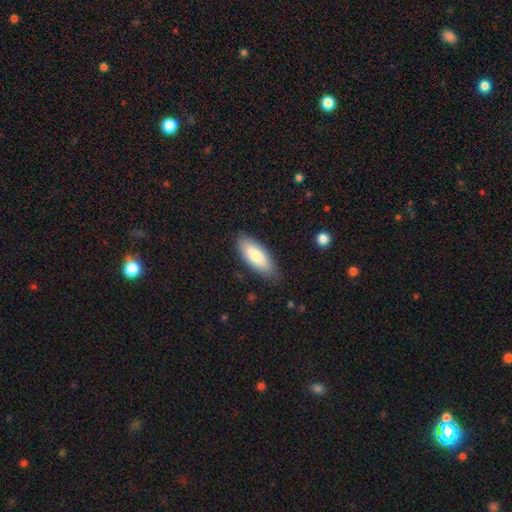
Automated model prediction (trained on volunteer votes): smooth_or_featured: smooth (p=0.83) [alt: featured or disk p=0.12]
how_rounded: in between (p=0.79) [alt: cigar-shaped p=0.19]
merging: none (p=0.82) [alt: minor disturbance p=0.14]